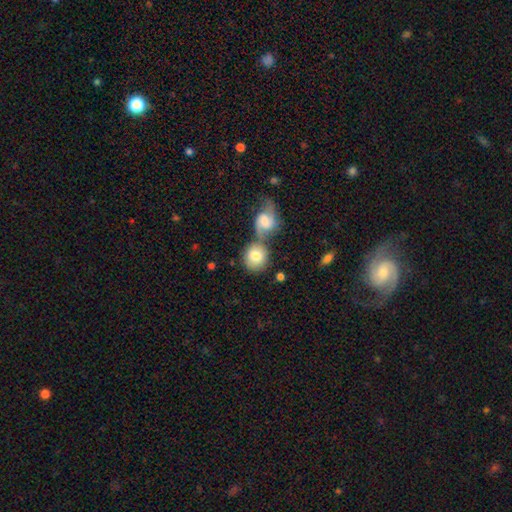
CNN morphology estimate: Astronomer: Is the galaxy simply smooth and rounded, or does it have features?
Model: smooth — 76%.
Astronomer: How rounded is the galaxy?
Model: round — 80%.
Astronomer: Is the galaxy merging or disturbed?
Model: merger — 45% (runner-up: none, 39%).